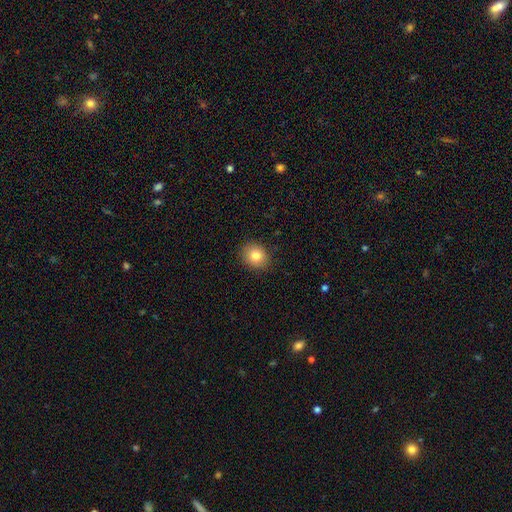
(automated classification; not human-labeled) smooth-or-featured: smooth: 81% | star or artifact: 10% | featured or disk: 9%
  how-rounded: round: 70% | in between: 29% | cigar-shaped: 1%
  merging: none: 89% | minor disturbance: 8% | major disturbance: 2% | merger: 1%